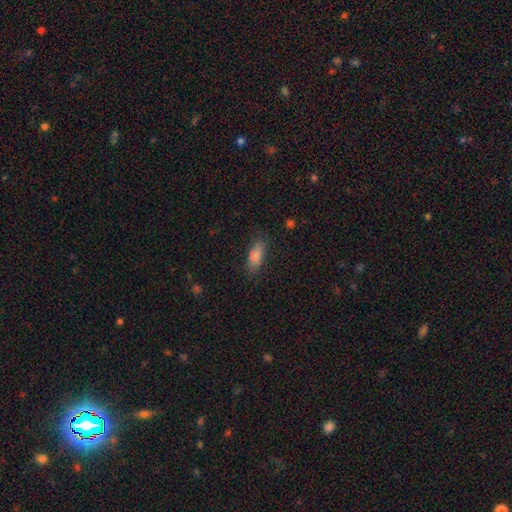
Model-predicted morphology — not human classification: smooth_or_featured: smooth (p=0.80) [alt: star or artifact p=0.11]
how_rounded: in between (p=0.73) [alt: cigar-shaped p=0.24]
merging: none (p=0.76) [alt: minor disturbance p=0.17]